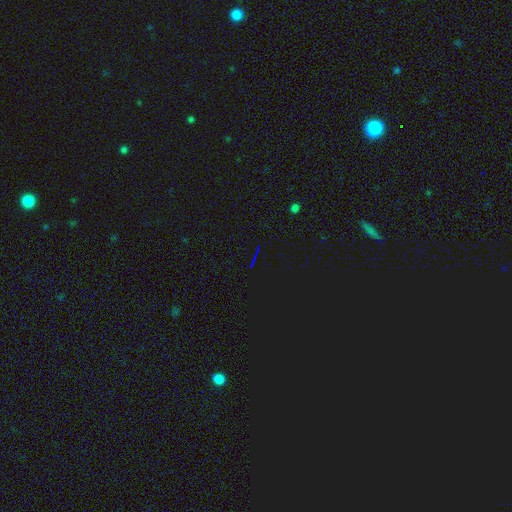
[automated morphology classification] type=star or artifact (80%).